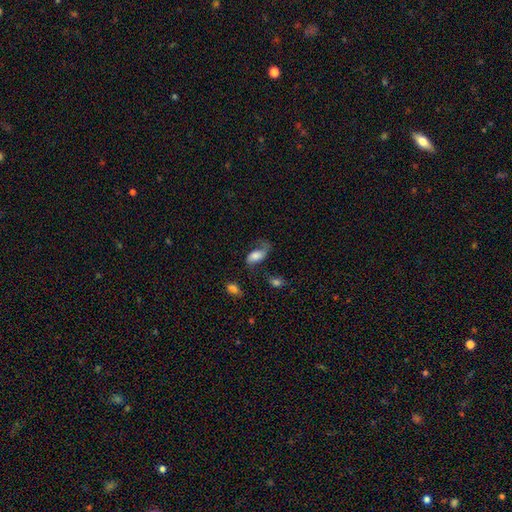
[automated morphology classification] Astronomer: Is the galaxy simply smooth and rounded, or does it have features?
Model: smooth — 52% (runner-up: featured or disk, 39%).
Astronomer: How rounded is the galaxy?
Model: in between — 90%.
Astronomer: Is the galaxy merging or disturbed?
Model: none — 37% (runner-up: major disturbance, 34%).